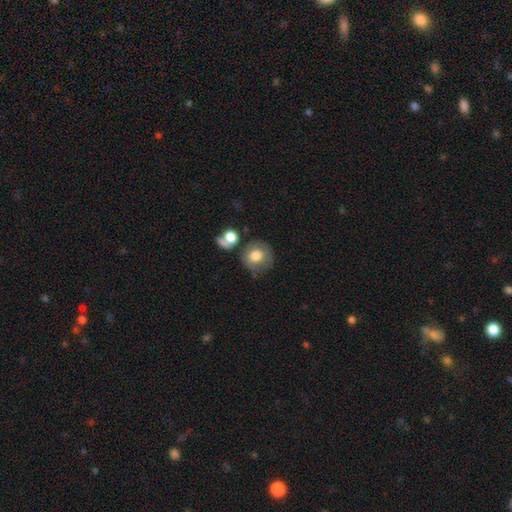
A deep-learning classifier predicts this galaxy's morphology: The model was most divided on "merging": none: 62%, minor disturbance: 18%, merger: 12%, major disturbance: 8%. More confident: how rounded — round (85%); smooth or featured — smooth (71%).